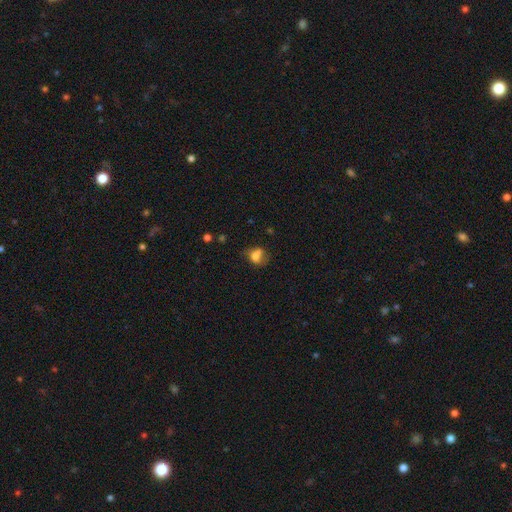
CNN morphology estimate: smooth 68%, featured or disk 19%, star or artifact 12%. Down the decision tree: how rounded — in between (55%); merging — none (39%).